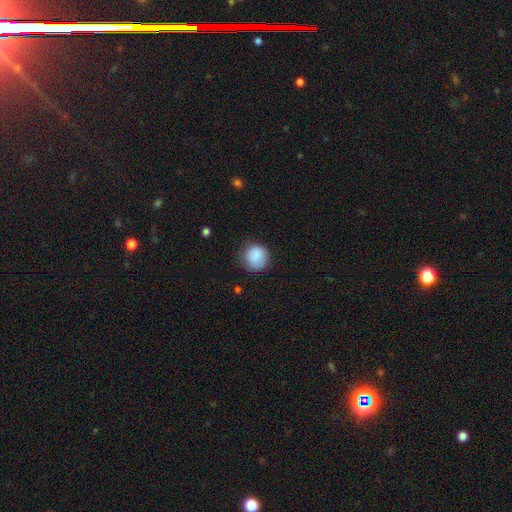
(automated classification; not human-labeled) smooth-or-featured: smooth: 87% | star or artifact: 8% | featured or disk: 5%
  how-rounded: round: 89% | in between: 10% | cigar-shaped: 1%
  merging: none: 77% | minor disturbance: 17% | major disturbance: 5% | merger: 1%